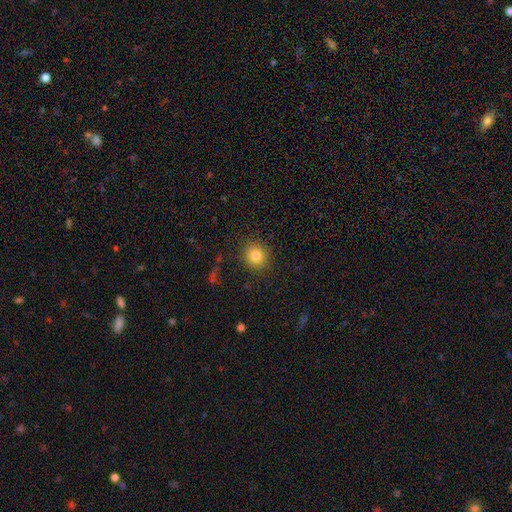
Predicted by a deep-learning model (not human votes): smooth 82%, star or artifact 11%, featured or disk 6%. Down the decision tree: how rounded — round (88%); merging — none (88%).